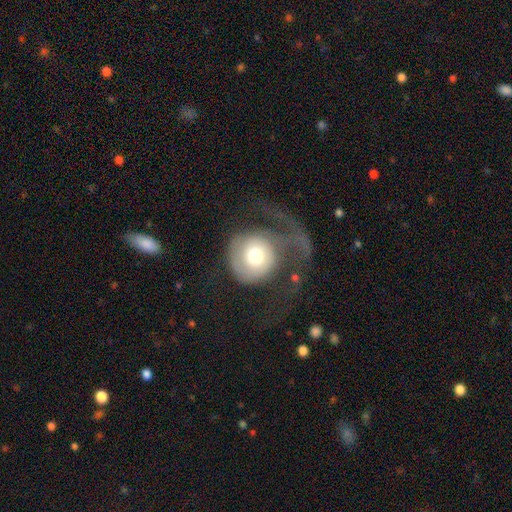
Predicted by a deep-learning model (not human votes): Overall: featured or disk (48%; smooth 45%). Merging: major disturbance (61%; none 24%).